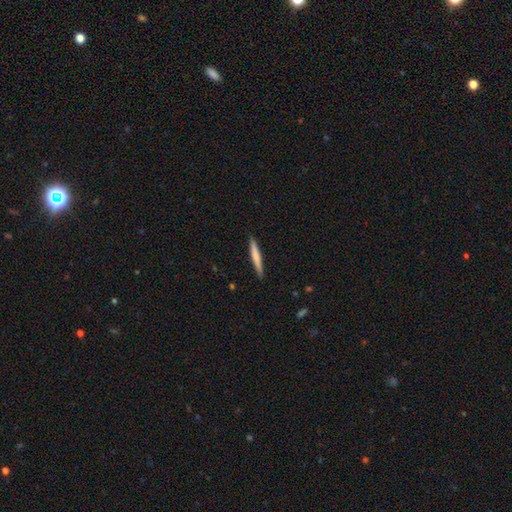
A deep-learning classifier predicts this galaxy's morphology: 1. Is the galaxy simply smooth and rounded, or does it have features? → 67% smooth, 28% featured or disk, 5% star or artifact.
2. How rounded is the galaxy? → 96% cigar-shaped, 3% in between, 1% round.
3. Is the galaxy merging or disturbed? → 90% none, 8% minor disturbance, 1% major disturbance, 1% merger.